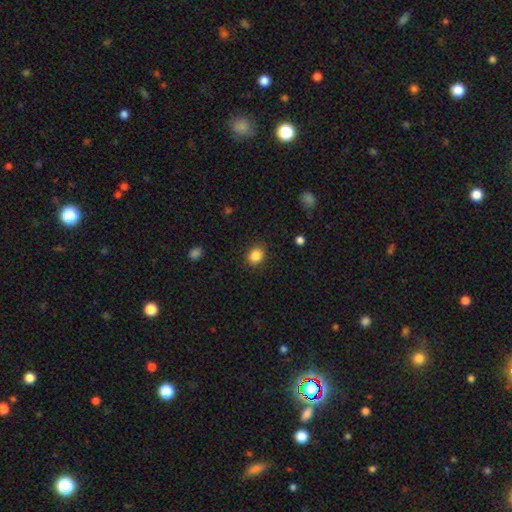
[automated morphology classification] Smooth or featured?
  - smooth: 86% *
  - star or artifact: 10%
  - featured or disk: 4%
How rounded?
  - round: 58% *
  - in between: 41%
  - cigar-shaped: 1%
Merging?
  - none: 87% *
  - minor disturbance: 9%
  - major disturbance: 3%
  - merger: 1%